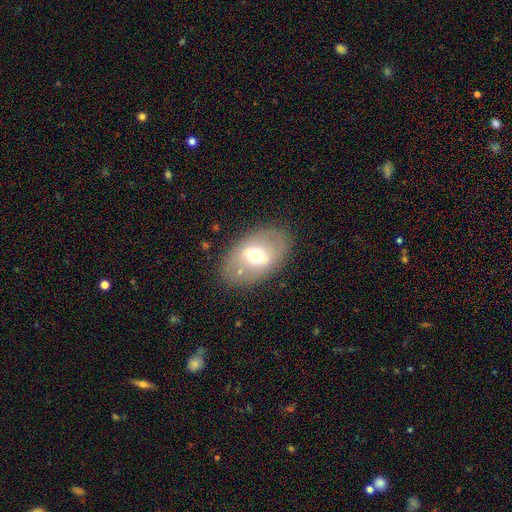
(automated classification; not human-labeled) Smooth or featured?
  - featured or disk: 46% *
  - smooth: 45%
  - star or artifact: 9%
Merging?
  - none: 80% *
  - minor disturbance: 12%
  - major disturbance: 6%
  - merger: 2%